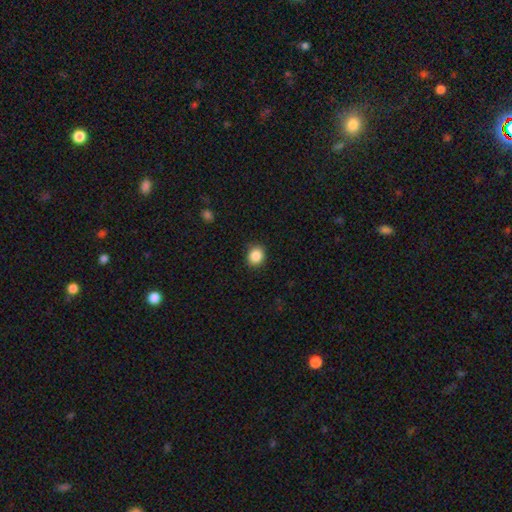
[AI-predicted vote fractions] Smooth or featured?
  - smooth: 87% *
  - star or artifact: 9%
  - featured or disk: 4%
How rounded?
  - round: 74% *
  - in between: 25%
  - cigar-shaped: 1%
Merging?
  - none: 88% *
  - minor disturbance: 9%
  - major disturbance: 2%
  - merger: 1%